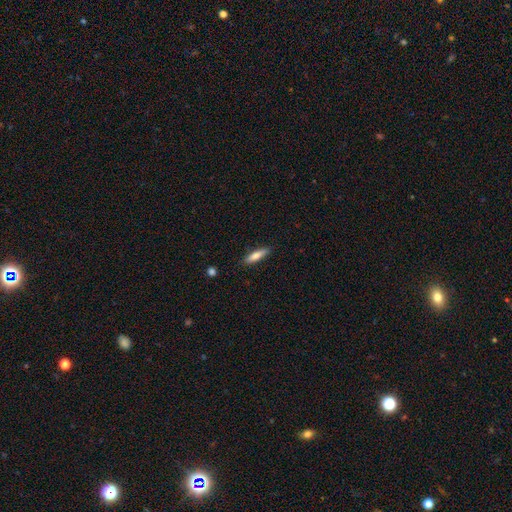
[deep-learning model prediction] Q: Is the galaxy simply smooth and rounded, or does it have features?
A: smooth — 73%.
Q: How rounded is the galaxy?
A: cigar-shaped — 72%.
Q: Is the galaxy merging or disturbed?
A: none — 86%.